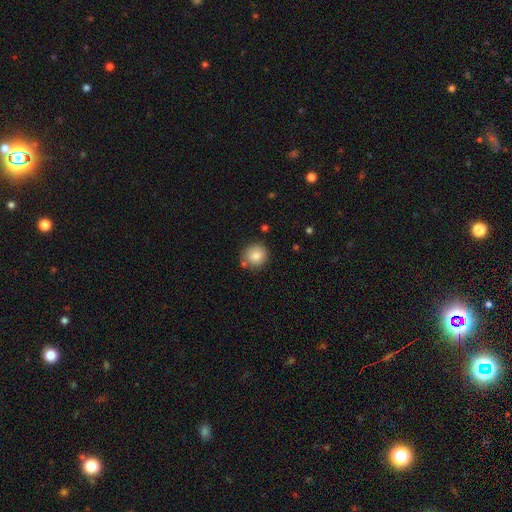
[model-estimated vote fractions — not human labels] Smooth or featured? Predicted: smooth (p=0.85). How rounded? Predicted: round (p=0.90). Merging? Predicted: none (p=0.78).